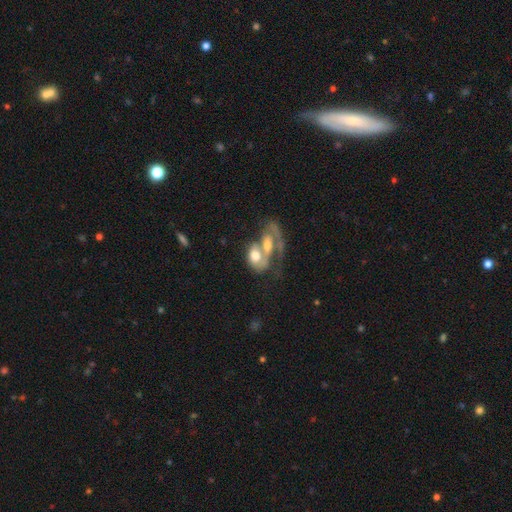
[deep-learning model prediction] Overall: featured or disk (49%; smooth 44%). Merging: merger (70%).